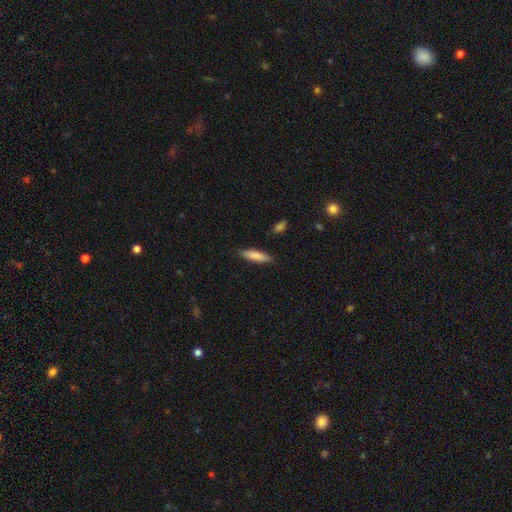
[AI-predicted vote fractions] This is clearly a smooth galaxy (82%). How rounded: likely cigar-shaped (69%). Merging: clearly none (86%).